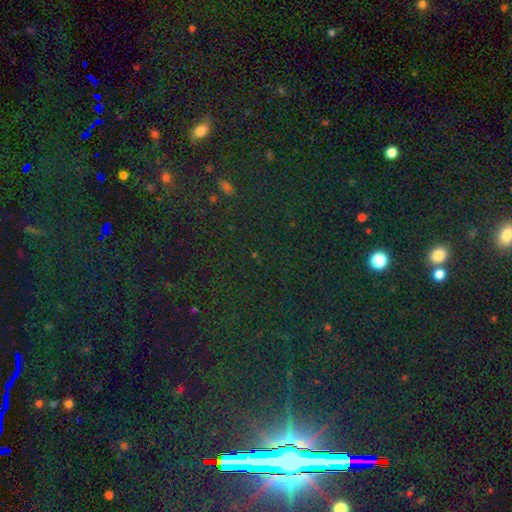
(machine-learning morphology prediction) Smooth or featured? star or artifact (78%)